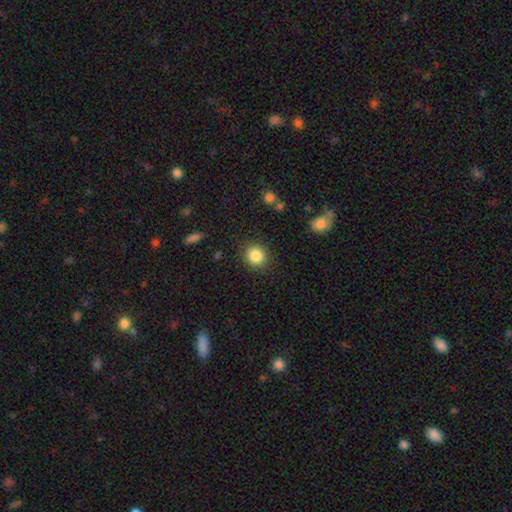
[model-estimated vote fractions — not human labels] A smooth galaxy with no disk features (86%) that is round (86%). Merging: none (88%).